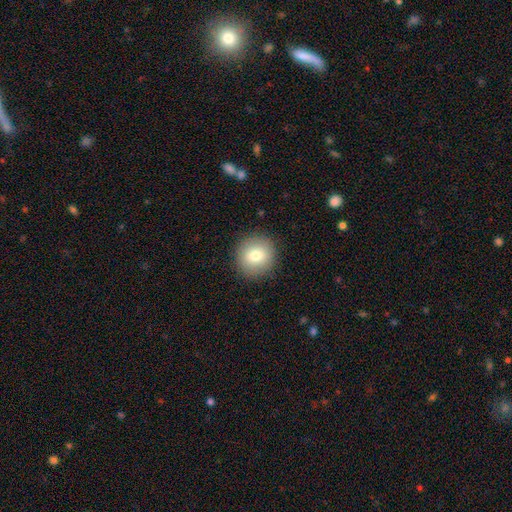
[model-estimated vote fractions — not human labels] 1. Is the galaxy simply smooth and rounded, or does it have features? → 79% smooth, 12% featured or disk, 9% star or artifact.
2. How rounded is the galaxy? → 90% round, 9% in between, 1% cigar-shaped.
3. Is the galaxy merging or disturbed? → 90% none, 7% minor disturbance, 2% major disturbance, 1% merger.